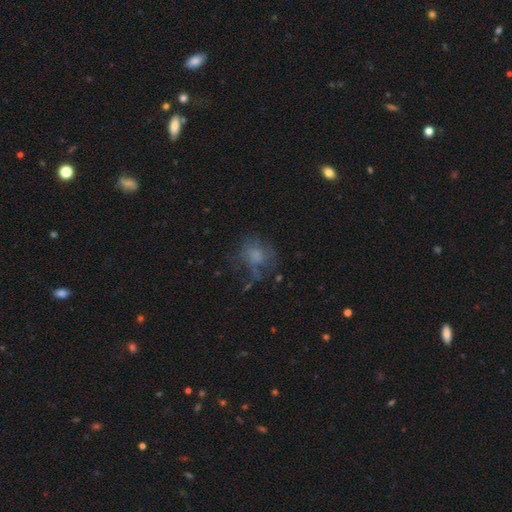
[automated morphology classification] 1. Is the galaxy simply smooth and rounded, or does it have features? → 49% smooth, 34% featured or disk, 17% star or artifact.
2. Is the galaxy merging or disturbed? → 45% none, 30% major disturbance, 21% minor disturbance, 4% merger.